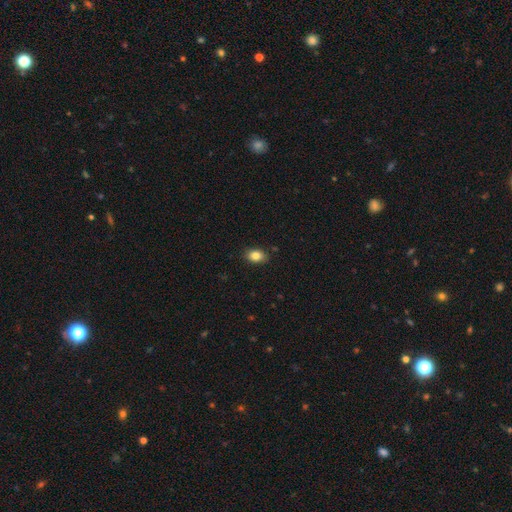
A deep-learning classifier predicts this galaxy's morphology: Smooth or featured?
  - smooth: 85% *
  - star or artifact: 9%
  - featured or disk: 7%
How rounded?
  - in between: 80% *
  - round: 18%
  - cigar-shaped: 1%
Merging?
  - none: 87% *
  - minor disturbance: 10%
  - major disturbance: 2%
  - merger: 1%